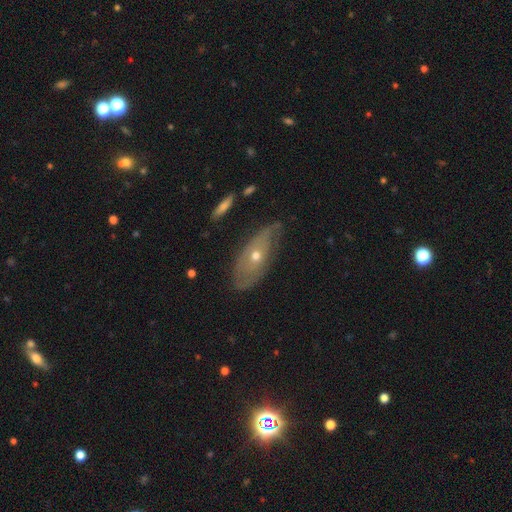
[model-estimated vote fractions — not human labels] Overall: featured or disk (59%; smooth 34%). Edge-on disk: no (76%). Merging: none (59%; minor disturbance 30%).